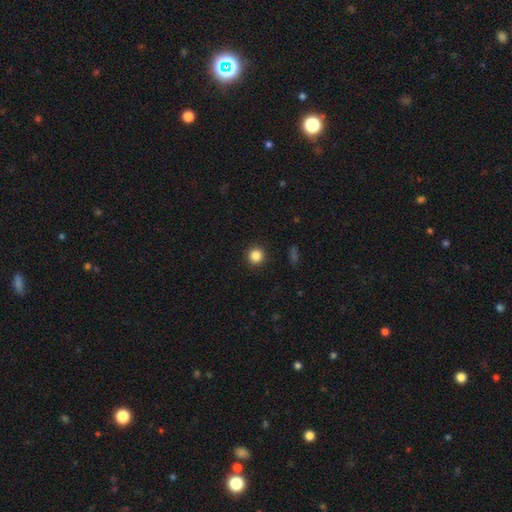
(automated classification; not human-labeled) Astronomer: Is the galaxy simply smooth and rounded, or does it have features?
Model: smooth — 85%.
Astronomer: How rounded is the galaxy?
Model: round — 95%.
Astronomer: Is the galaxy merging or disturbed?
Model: none — 92%.